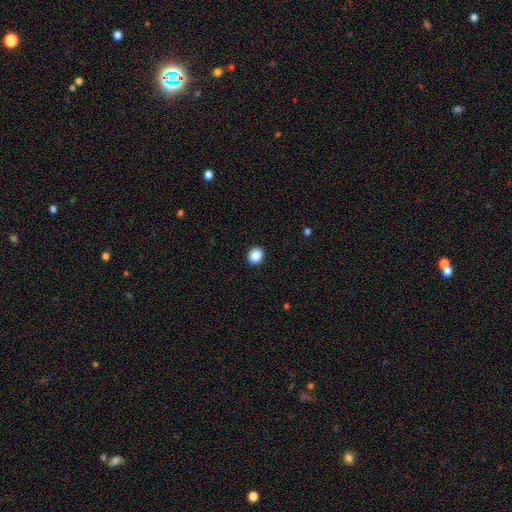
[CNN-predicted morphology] Overall: smooth (89%). How rounded: round (72%). Merging: none (92%).